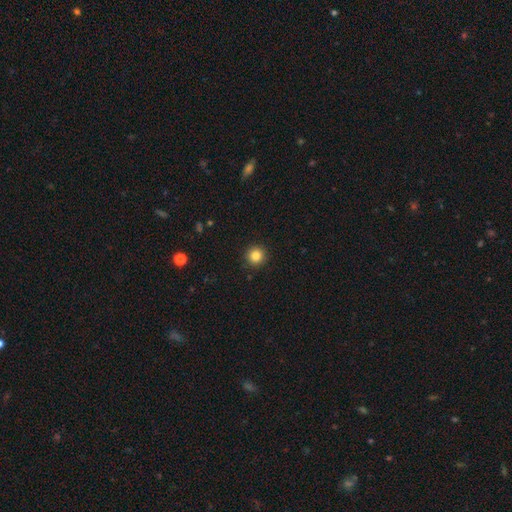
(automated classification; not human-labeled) Smooth or featured? smooth (84%)
How rounded? round (95%)
Merging? none (92%)